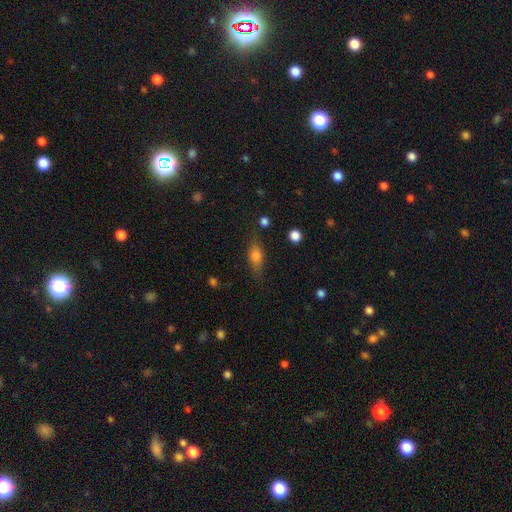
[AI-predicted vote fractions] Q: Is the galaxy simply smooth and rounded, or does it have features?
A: smooth — 70%.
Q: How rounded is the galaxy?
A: in between — 69%.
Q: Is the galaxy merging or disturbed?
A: none — 72%.